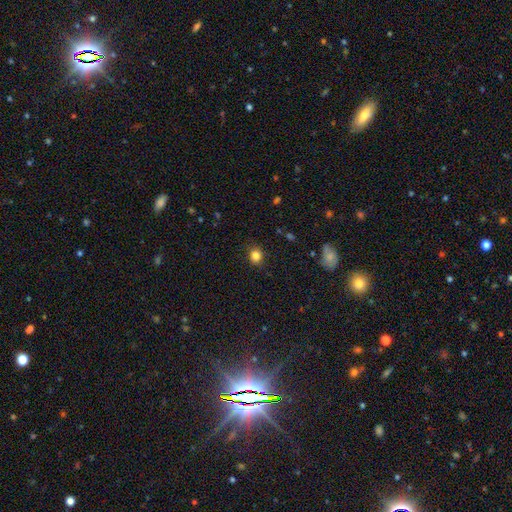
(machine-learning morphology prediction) smooth 83%, star or artifact 12%, featured or disk 5%. Down the decision tree: how rounded — round (71%); merging — none (86%).